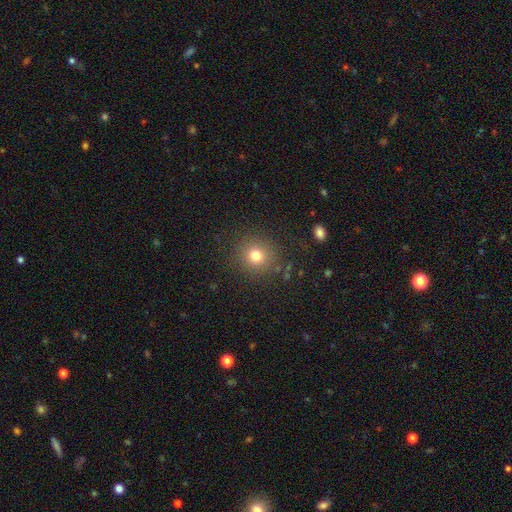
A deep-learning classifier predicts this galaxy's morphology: The model was most divided on "smooth or featured": smooth: 77%, star or artifact: 15%, featured or disk: 8%. More confident: how rounded — round (91%); merging — none (87%).